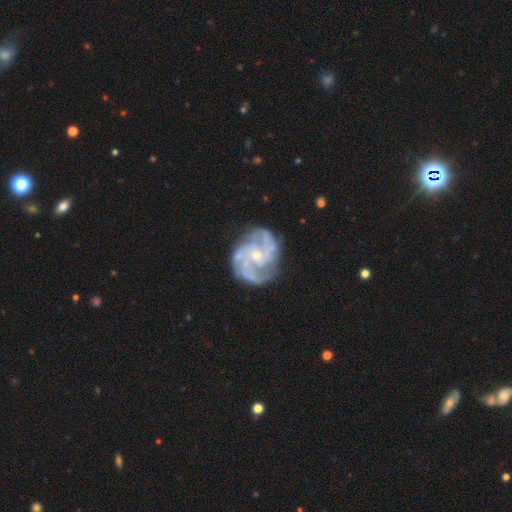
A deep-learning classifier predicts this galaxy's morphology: This is clearly a featured or disk galaxy (89%). It is clearly not viewed edge-on (98%). Bar: likely no (62%). Spiral arm pattern: clearly yes (97%). Spiral arm count: marginally 3 (33%, tied with 2). Spiral winding: possibly medium (47%). Central bulge: likely small (61%). Merging: likely none (74%).